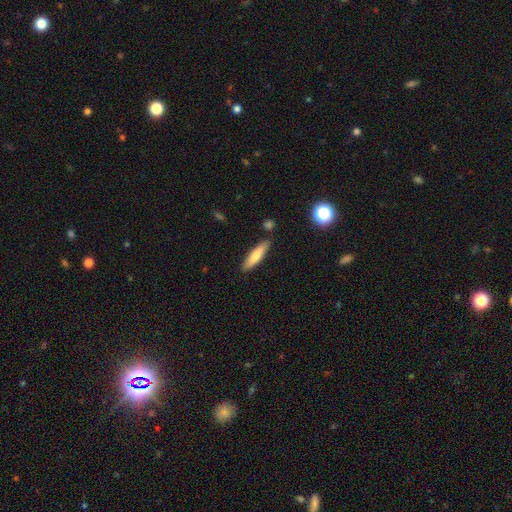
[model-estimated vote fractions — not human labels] This appears to be a smooth galaxy with no disk features (74%) that is cigar-shaped (76%). Merging: none (85%).